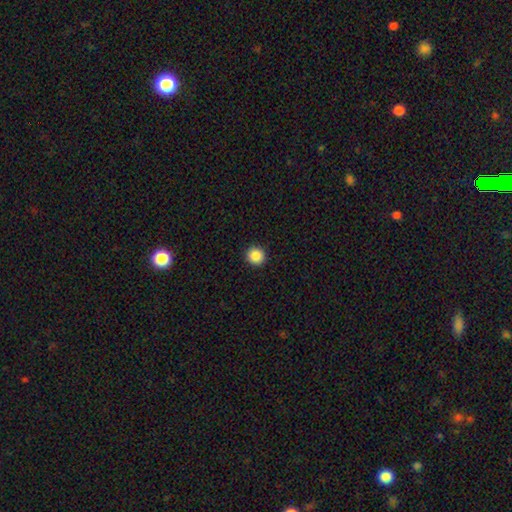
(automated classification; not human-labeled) Morphology: type=smooth (88%); roundness=round (92%); merging=none (93%).